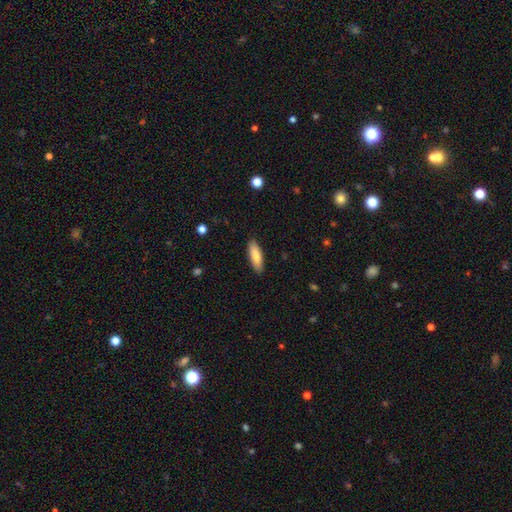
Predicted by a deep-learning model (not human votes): Smooth or featured?
  - smooth: 82% *
  - featured or disk: 13%
  - star or artifact: 6%
How rounded?
  - in between: 50% *
  - cigar-shaped: 48%
  - round: 2%
Merging?
  - none: 89% *
  - minor disturbance: 8%
  - major disturbance: 2%
  - merger: 1%